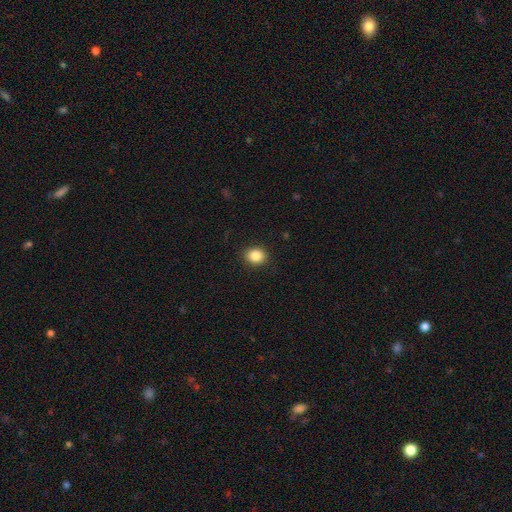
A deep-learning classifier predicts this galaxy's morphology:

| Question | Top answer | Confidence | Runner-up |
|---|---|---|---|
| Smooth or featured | smooth | 86% | star or artifact (10%) |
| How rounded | round | 62% | in between (37%) |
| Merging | none | 90% | minor disturbance (7%) |